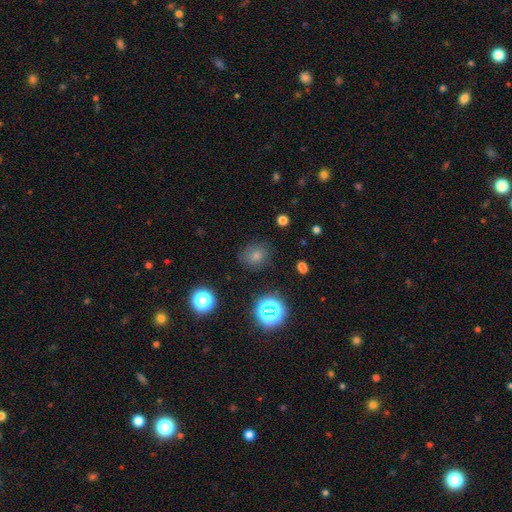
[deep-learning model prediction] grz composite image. It shows a smooth galaxy with no disk features (71%) that is round (75%). Merging: none (79%).